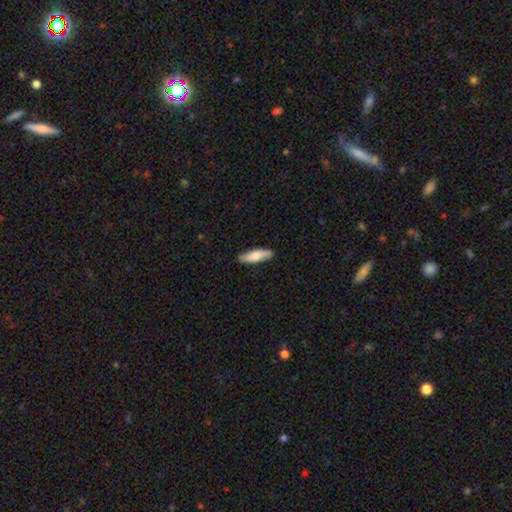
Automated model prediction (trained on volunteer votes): Morphology: type=smooth (71%); roundness=cigar-shaped (58%); merging=none (87%).